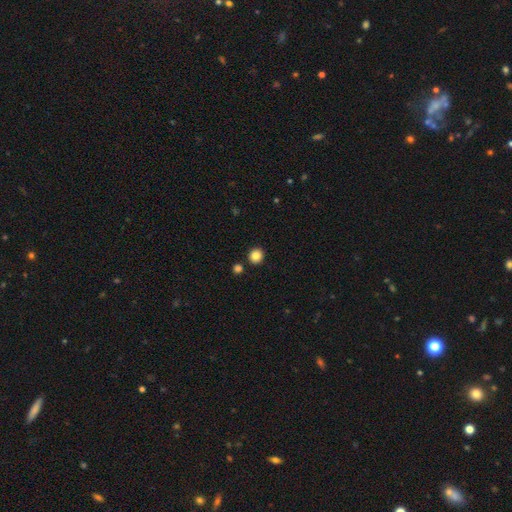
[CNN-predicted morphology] The model was most divided on "smooth or featured": smooth: 85%, star or artifact: 11%, featured or disk: 5%. More confident: how rounded — round (91%); merging — none (89%).